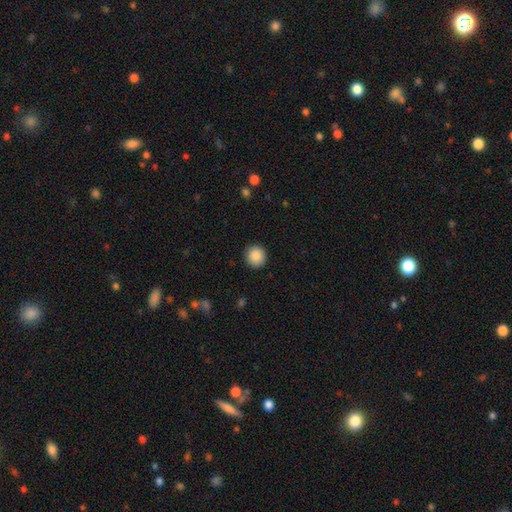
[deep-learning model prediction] Smooth or featured? smooth (87%)
How rounded? round (92%)
Merging? none (91%)